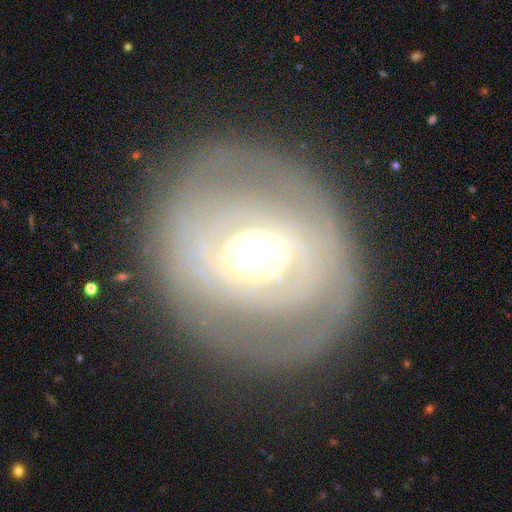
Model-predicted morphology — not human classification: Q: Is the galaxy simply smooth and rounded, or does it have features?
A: featured or disk — 69%.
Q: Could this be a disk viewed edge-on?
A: no — 95%.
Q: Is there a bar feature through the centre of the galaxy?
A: no — 68%.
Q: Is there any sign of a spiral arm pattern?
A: yes — 56%.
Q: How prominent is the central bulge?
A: moderate — 60%.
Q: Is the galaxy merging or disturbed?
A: none — 78%.